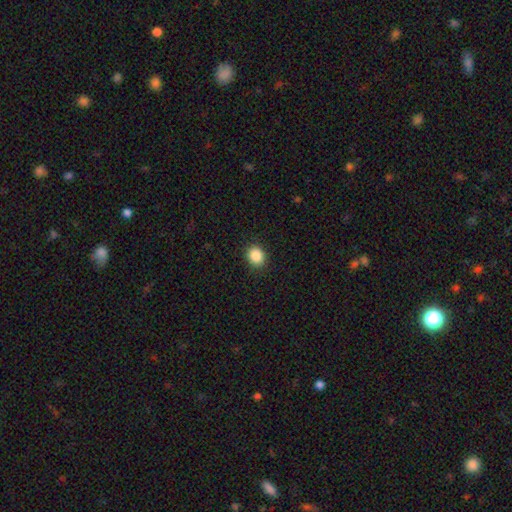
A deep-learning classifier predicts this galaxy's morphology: smooth 87%, star or artifact 10%, featured or disk 3%. Down the decision tree: how rounded — round (72%); merging — none (90%).